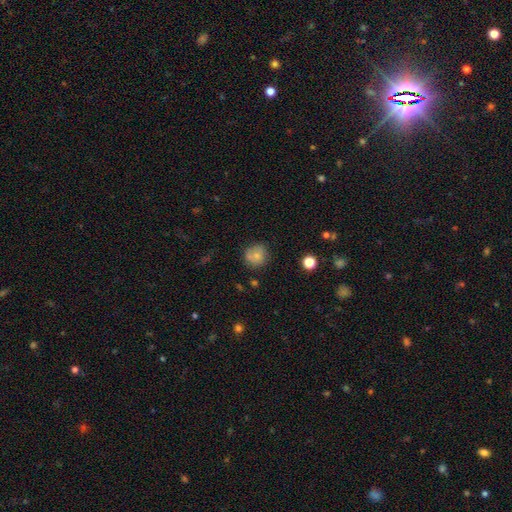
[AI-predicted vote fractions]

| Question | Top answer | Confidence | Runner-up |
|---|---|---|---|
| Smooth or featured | smooth | 76% | featured or disk (13%) |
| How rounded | round | 85% | in between (14%) |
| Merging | none | 68% | minor disturbance (18%) |